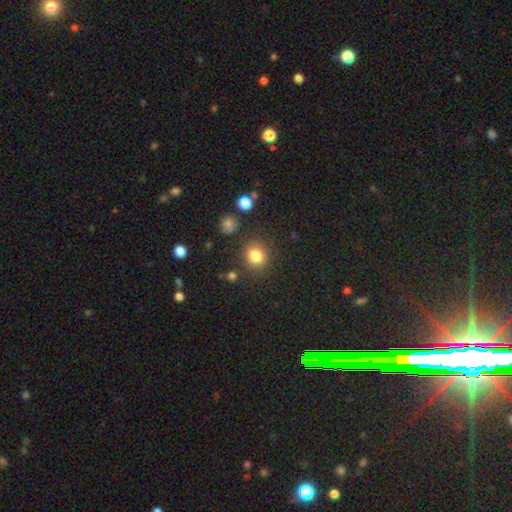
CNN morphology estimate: Smooth or featured? Predicted: smooth (p=0.81). How rounded? Predicted: round (p=0.87). Merging? Predicted: none (p=0.84).